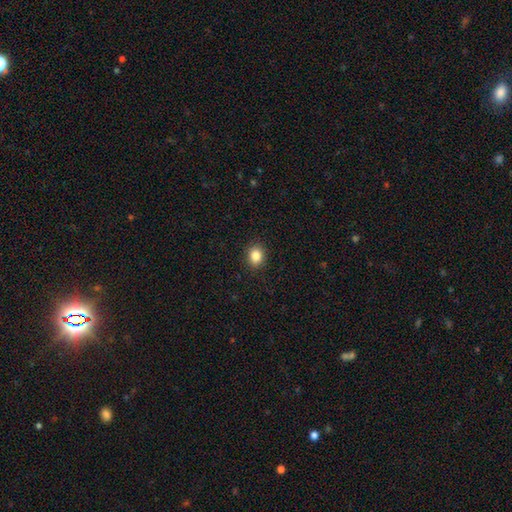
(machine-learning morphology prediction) Smooth or featured? Predicted: smooth (p=0.85). How rounded? Predicted: round (p=0.56). Merging? Predicted: none (p=0.90).